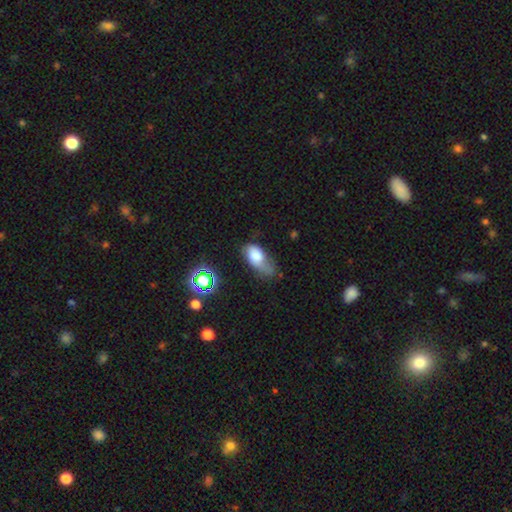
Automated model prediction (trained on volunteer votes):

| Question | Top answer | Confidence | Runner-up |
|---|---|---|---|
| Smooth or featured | smooth | 66% | featured or disk (24%) |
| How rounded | in between | 88% | round (8%) |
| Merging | minor disturbance | 36% | major disturbance (33%) |